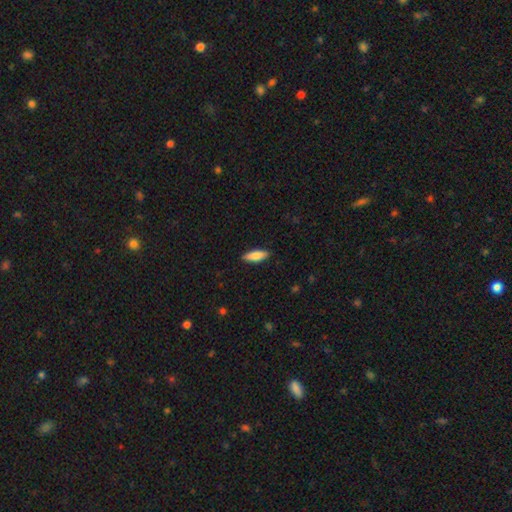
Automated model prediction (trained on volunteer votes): Q: Smooth or featured?
A: smooth (82%); runner-up: featured or disk (12%)
Q: How rounded?
A: in between (58%); runner-up: cigar-shaped (40%)
Q: Merging?
A: none (89%); runner-up: minor disturbance (8%)